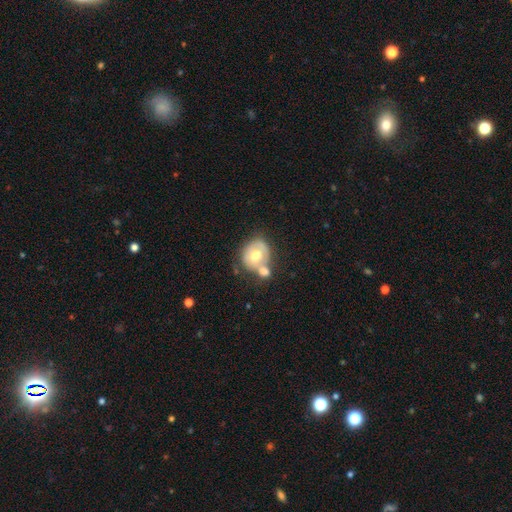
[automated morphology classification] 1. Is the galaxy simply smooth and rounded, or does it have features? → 55% smooth, 39% featured or disk, 7% star or artifact.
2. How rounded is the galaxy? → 67% round, 32% in between, 1% cigar-shaped.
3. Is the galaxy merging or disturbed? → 50% merger, 28% none, 15% minor disturbance, 8% major disturbance.